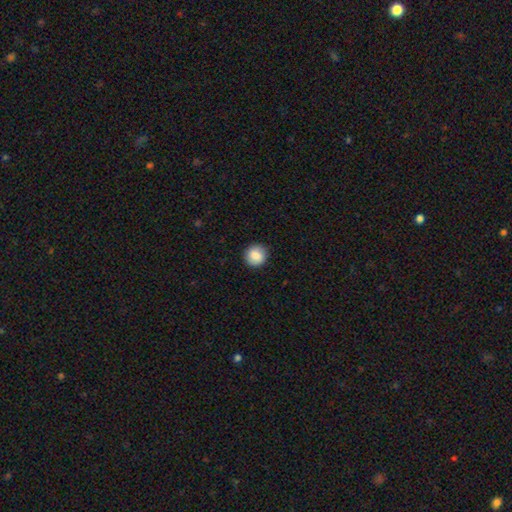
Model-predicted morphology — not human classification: Overall: smooth (84%). How rounded: round (91%). Merging: none (89%).